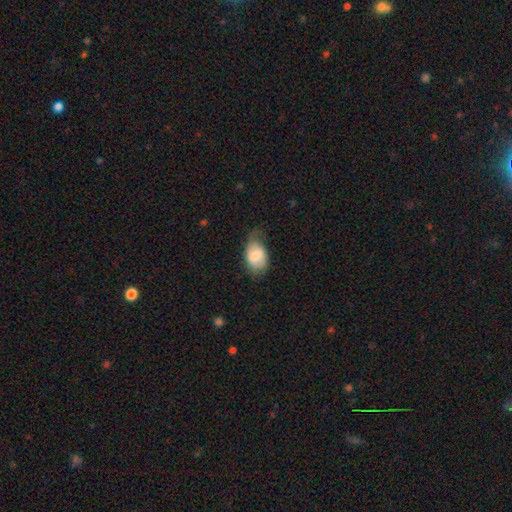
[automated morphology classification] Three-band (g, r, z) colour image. It shows a smooth galaxy with no disk features (70%) that is in between round and cigar-shaped (86%). Merging: none (53%).